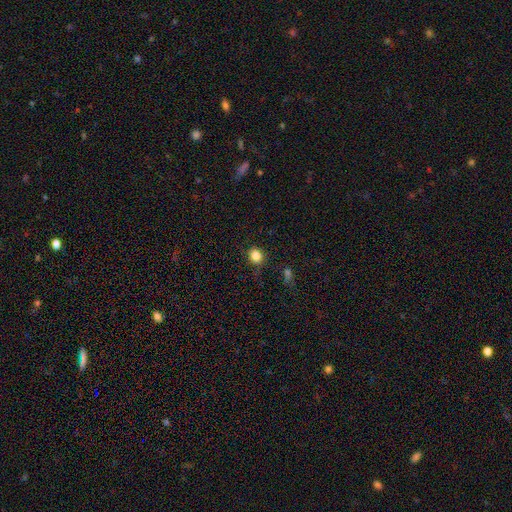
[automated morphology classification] Smooth or featured? smooth (84%)
How rounded? round (77%)
Merging? none (81%)